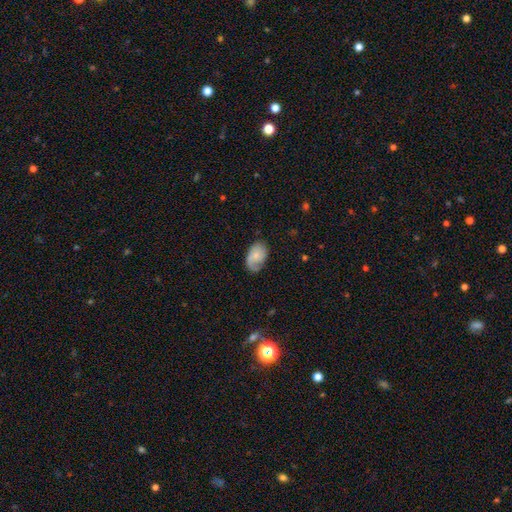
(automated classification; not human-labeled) Smooth or featured: smooth — 52% (featured or disk — 41%)
How rounded: in between — 88% (round — 11%)
Merging: none — 57% (minor disturbance — 28%)